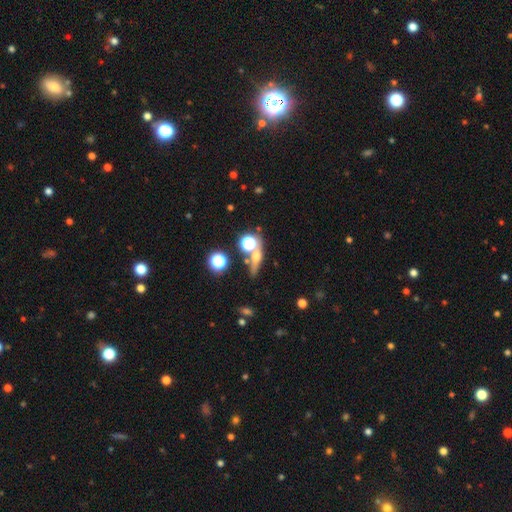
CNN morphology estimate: Overall: smooth (43%; featured or disk 32%). Merging: none (62%).